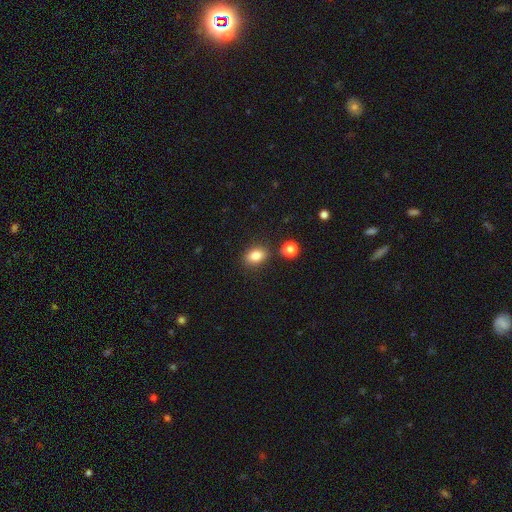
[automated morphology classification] This appears to be a smooth galaxy with no disk features (83%) that is in between round and cigar-shaped (73%). Merging: none (81%).